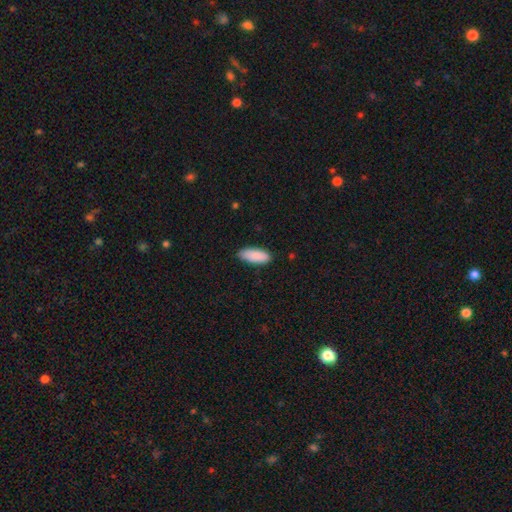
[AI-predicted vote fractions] This appears to be a smooth galaxy with no disk features (89%) that is in between round and cigar-shaped (78%). Merging: none (85%).